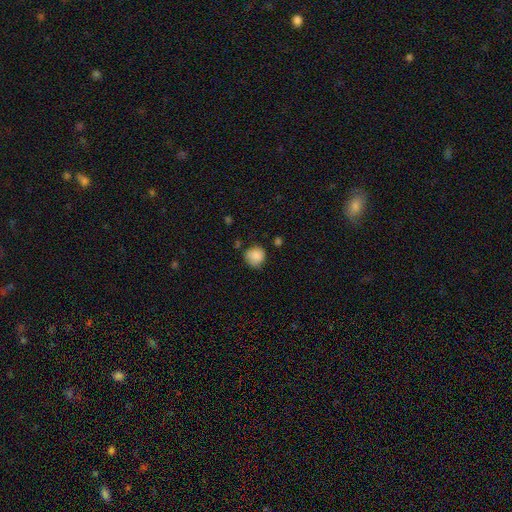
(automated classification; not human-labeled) Smooth or featured? smooth (87%)
How rounded? round (90%)
Merging? none (72%)